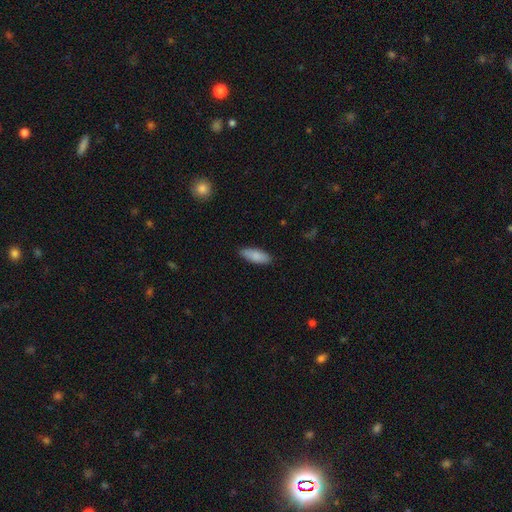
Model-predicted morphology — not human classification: Smooth or featured: smooth — 87% (featured or disk — 8%)
How rounded: in between — 70% (cigar-shaped — 28%)
Merging: none — 86% (minor disturbance — 11%)